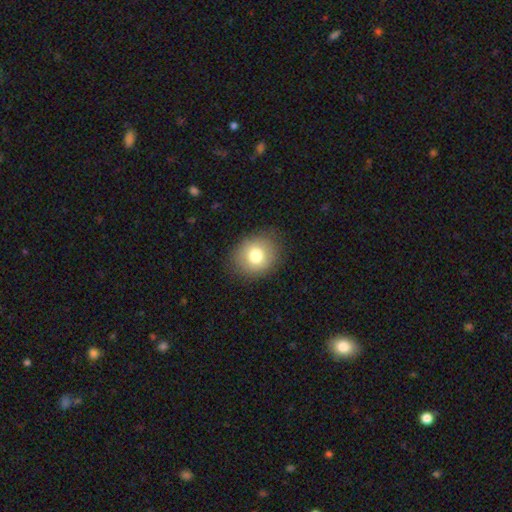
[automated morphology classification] Smooth or featured? Predicted: smooth (p=0.77). How rounded? Predicted: round (p=0.69). Merging? Predicted: none (p=0.85).